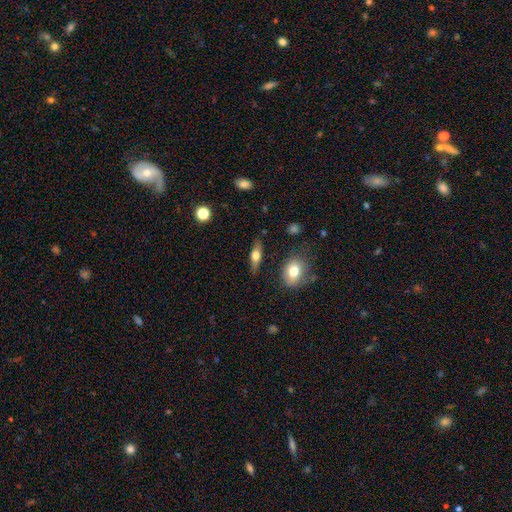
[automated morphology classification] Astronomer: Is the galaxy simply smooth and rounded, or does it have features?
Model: smooth — 48% (runner-up: featured or disk, 44%).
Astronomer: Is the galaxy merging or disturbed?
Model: none — 84%.